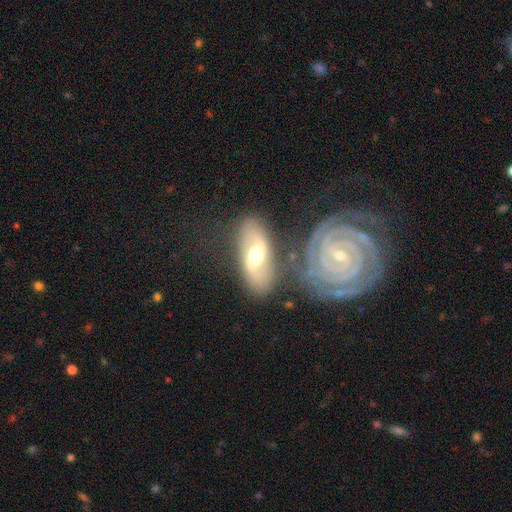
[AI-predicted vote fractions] This appears to be a featured or disk galaxy (67%) with a weak bar (43%), 2 (84%) medium (40%) spiral arms (85%) and a moderate central bulge (71%). Merging: none (64%).